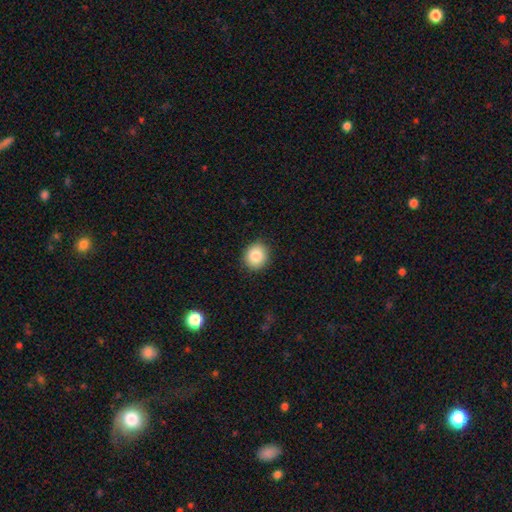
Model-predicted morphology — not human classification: Smooth or featured? Predicted: smooth (p=0.85). How rounded? Predicted: round (p=0.79). Merging? Predicted: none (p=0.90).